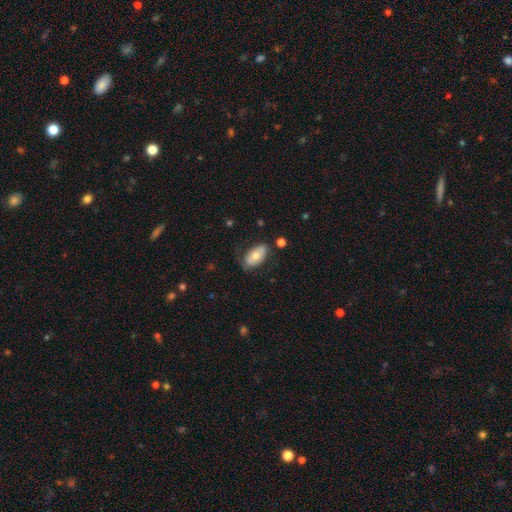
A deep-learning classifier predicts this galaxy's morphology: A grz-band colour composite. It shows a smooth galaxy with no disk features (65%) that is in between round and cigar-shaped (93%). Merging: none (67%).